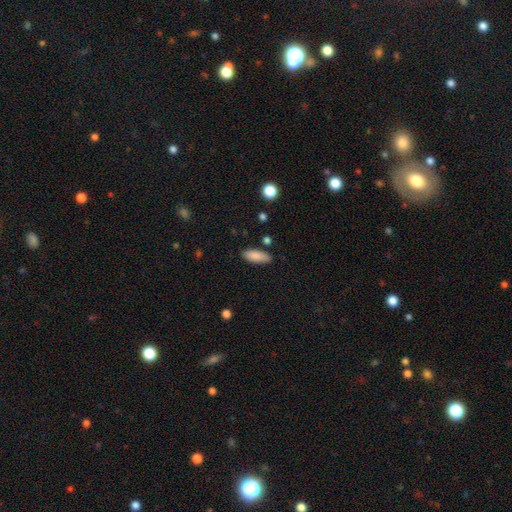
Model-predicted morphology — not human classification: smooth_or_featured: smooth (p=0.87) [alt: star or artifact p=0.07]
how_rounded: in between (p=0.73) [alt: cigar-shaped p=0.25]
merging: none (p=0.83) [alt: minor disturbance p=0.12]